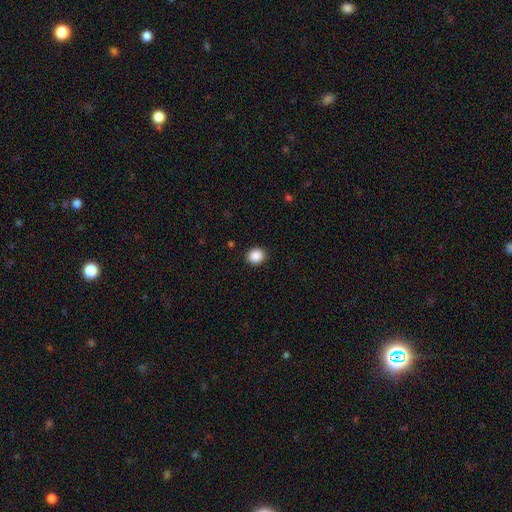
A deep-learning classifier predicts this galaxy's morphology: Smooth or featured? Predicted: smooth (p=0.89). How rounded? Predicted: round (p=0.79). Merging? Predicted: none (p=0.92).